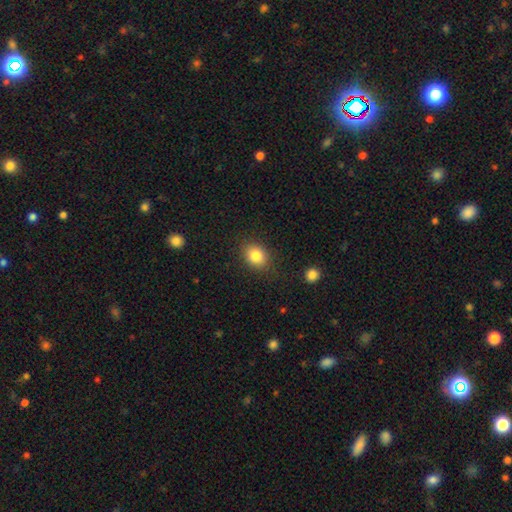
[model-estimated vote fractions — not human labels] Smooth or featured? smooth (83%)
How rounded? in between (50%)
Merging? none (84%)